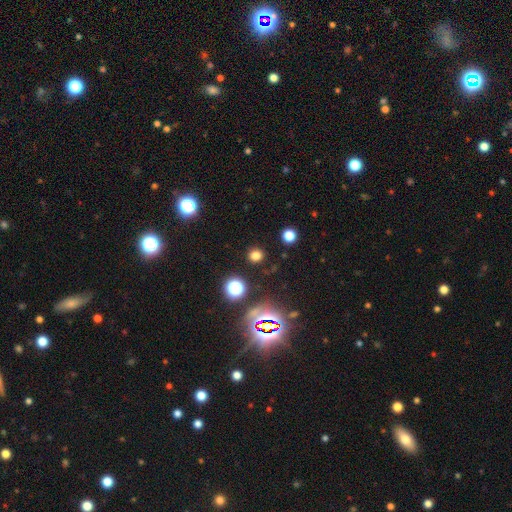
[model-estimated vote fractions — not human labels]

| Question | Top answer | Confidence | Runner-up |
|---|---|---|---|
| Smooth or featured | smooth | 72% | star or artifact (23%) |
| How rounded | round | 88% | in between (11%) |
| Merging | none | 90% | minor disturbance (6%) |